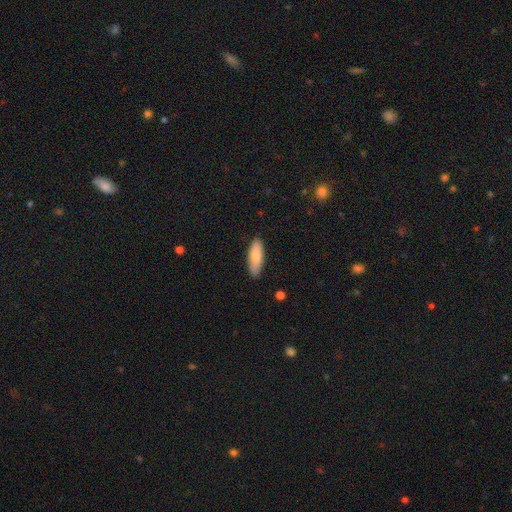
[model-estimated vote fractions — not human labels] The model was most divided on "how rounded": in between: 60%, cigar-shaped: 38%, round: 2%. More confident: merging — none (86%); smooth or featured — smooth (81%).